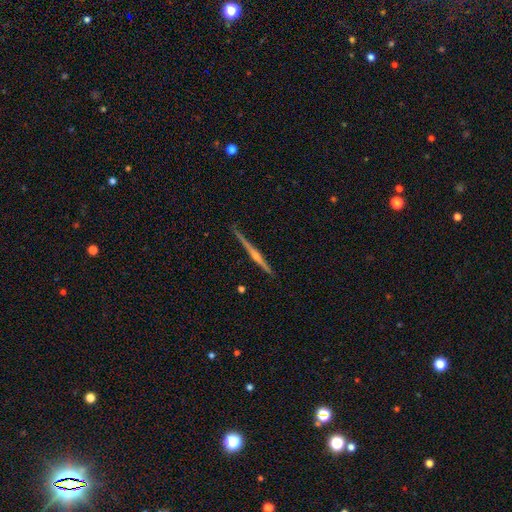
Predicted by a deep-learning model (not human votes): smooth-or-featured: featured or disk: 80% | smooth: 14% | star or artifact: 6%
  disk-edge-on: yes: 98% | no: 2%
    edge-on-bulge: rounded: 81% | none: 14% | boxy: 5%
  merging: none: 87% | minor disturbance: 10% | major disturbance: 2% | merger: 1%